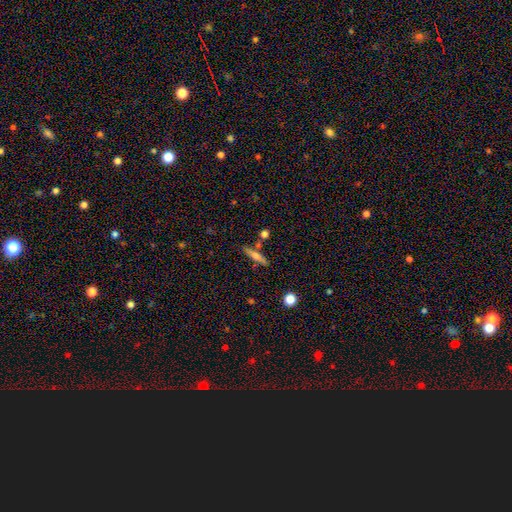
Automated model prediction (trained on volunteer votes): smooth-or-featured: smooth: 57% | featured or disk: 35% | star or artifact: 8%
  how-rounded: cigar-shaped: 85% | in between: 13% | round: 3%
  merging: none: 78% | minor disturbance: 11% | merger: 8% | major disturbance: 3%